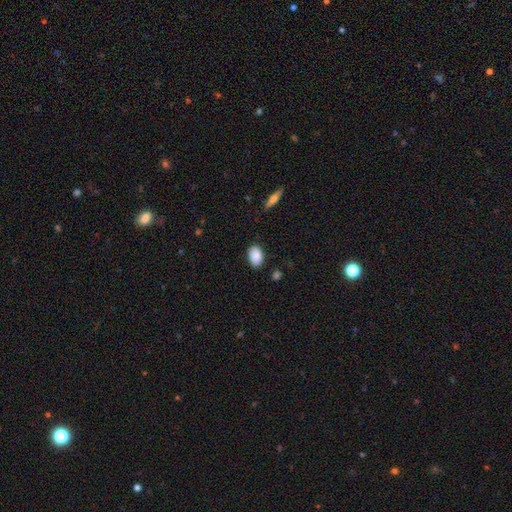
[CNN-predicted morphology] type=smooth (89%); roundness=in between (90%); merging=none (86%).